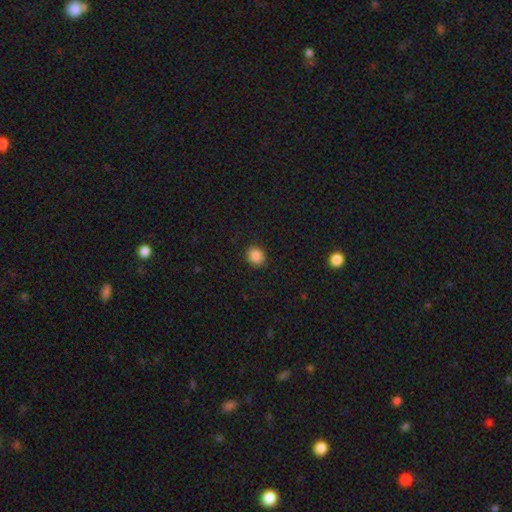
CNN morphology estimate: A smooth galaxy with no disk features (87%) that is round (74%).

Vote fractions:
- Smooth or featured? smooth: 87% / star or artifact: 10% / featured or disk: 3%
- How rounded? round: 74% / in between: 26% / cigar-shaped: 1%
- Merging? none: 90% / minor disturbance: 7% / major disturbance: 2% / merger: 1%